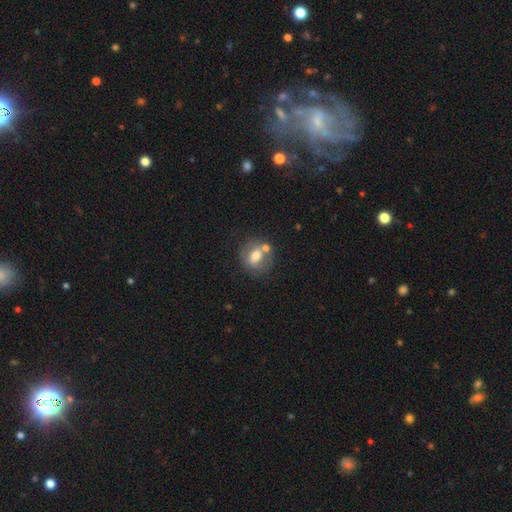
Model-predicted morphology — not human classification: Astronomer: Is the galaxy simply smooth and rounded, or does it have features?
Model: smooth — 56% (runner-up: featured or disk, 35%).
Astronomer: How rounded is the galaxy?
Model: round — 63%.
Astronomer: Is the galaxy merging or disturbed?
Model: none — 55%.